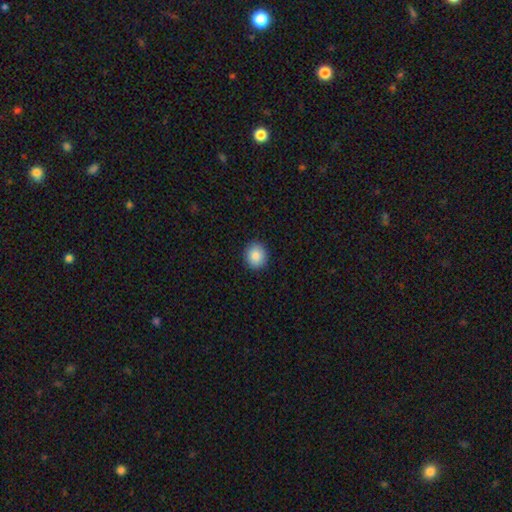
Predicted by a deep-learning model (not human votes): This appears to be a smooth galaxy with no disk features (88%) that is round (73%). Merging: none (91%).